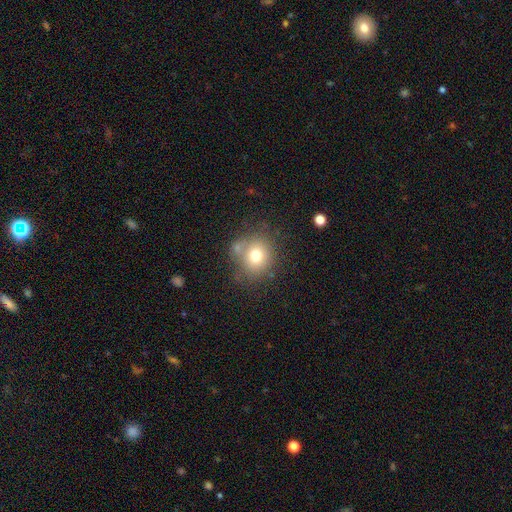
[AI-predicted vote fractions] This appears to be a smooth galaxy with no disk features (73%) that is round (79%). Merging: none (63%).